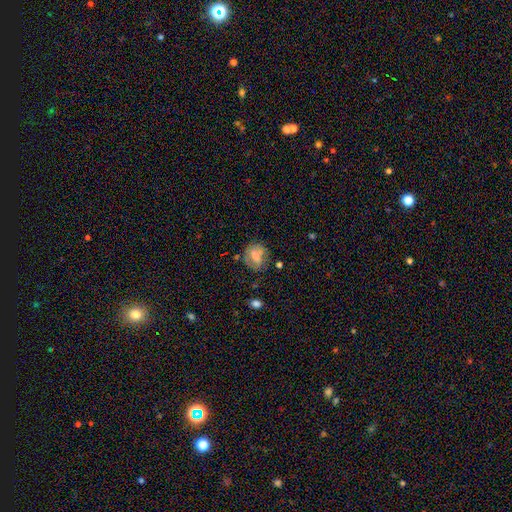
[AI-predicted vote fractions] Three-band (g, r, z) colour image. It shows a smooth galaxy with no disk features (49%). Merging: none (70%).